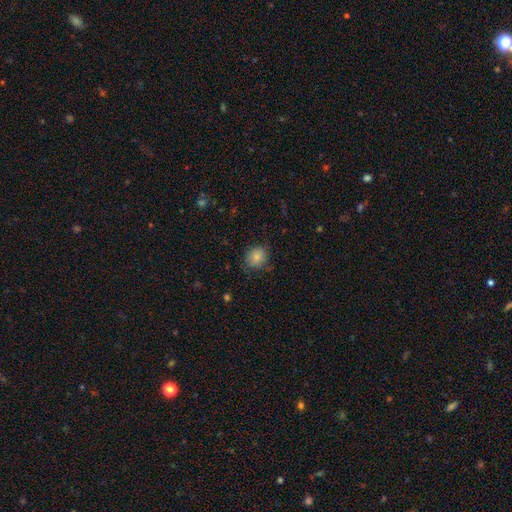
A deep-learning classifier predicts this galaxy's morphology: Q: Smooth or featured?
A: smooth (82%); runner-up: star or artifact (10%)
Q: How rounded?
A: round (67%); runner-up: in between (32%)
Q: Merging?
A: none (75%); runner-up: minor disturbance (19%)